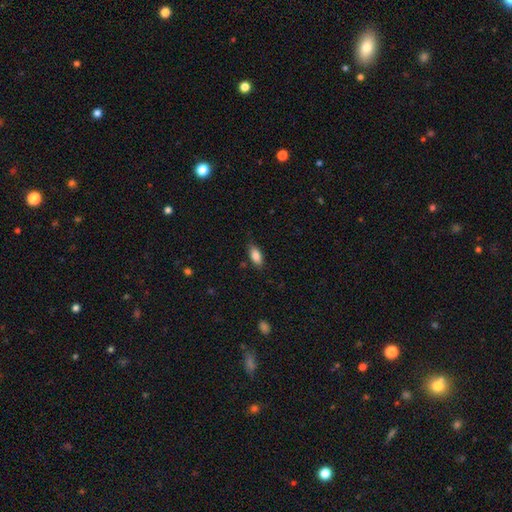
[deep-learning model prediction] The model was most divided on "merging": none: 83%, minor disturbance: 13%, major disturbance: 3%, merger: 1%. More confident: how rounded — in between (87%); smooth or featured — smooth (85%).